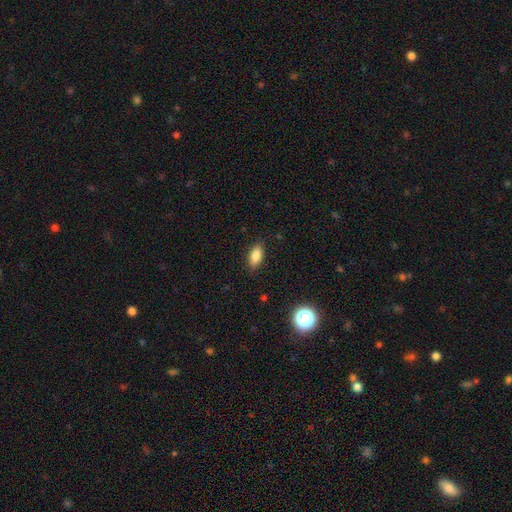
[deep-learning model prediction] A smooth galaxy with no disk features (84%) that is in between round and cigar-shaped (88%). Merging: none (87%).